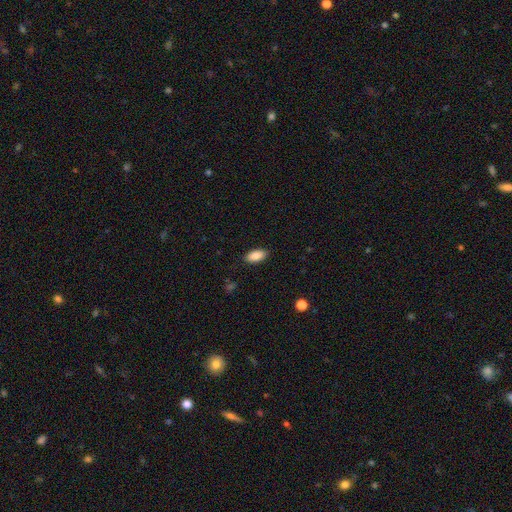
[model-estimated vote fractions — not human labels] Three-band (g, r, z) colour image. It shows a smooth galaxy with no disk features (89%) that is in between round and cigar-shaped (91%). Merging: none (88%).